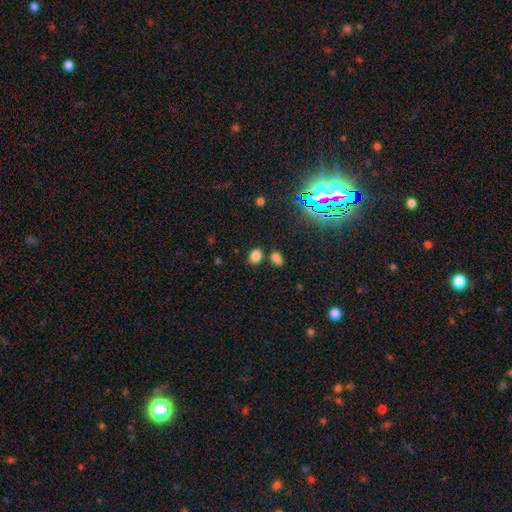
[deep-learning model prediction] Smooth or featured? smooth (79%)
How rounded? in between (61%)
Merging? none (71%)